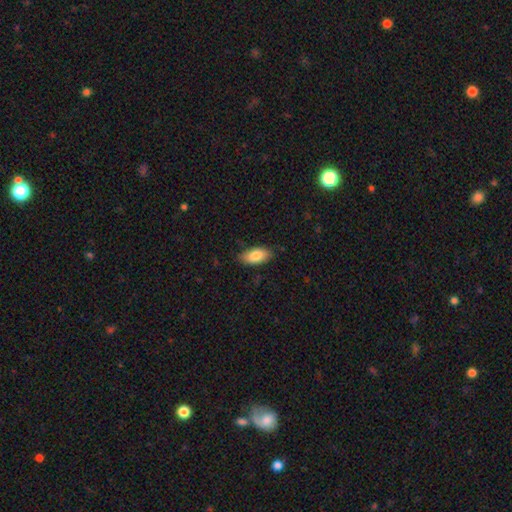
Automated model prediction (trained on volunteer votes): A smooth galaxy with no disk features (83%) that is in between round and cigar-shaped (91%). Merging: none (83%).